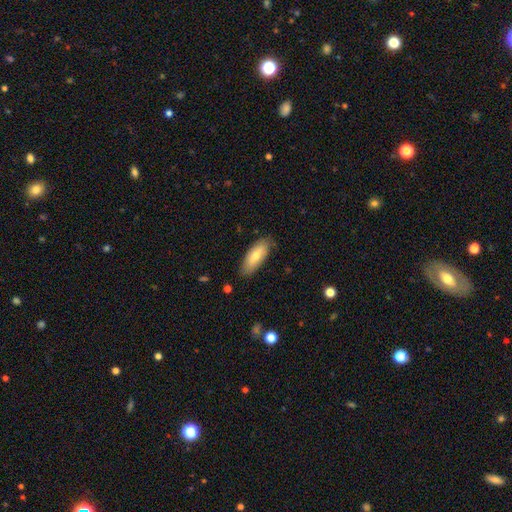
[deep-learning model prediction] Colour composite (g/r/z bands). It shows a smooth galaxy with no disk features (70%) that is in between round and cigar-shaped (75%). Merging: none (81%).